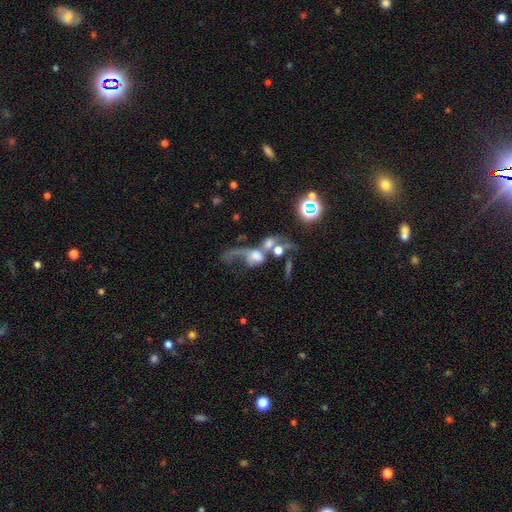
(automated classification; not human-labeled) A featured or disk galaxy (49%).

Vote fractions:
- Smooth or featured? featured or disk: 49% / smooth: 35% / star or artifact: 16%
- Merging? merger: 58% / major disturbance: 25% / none: 11% / minor disturbance: 6%